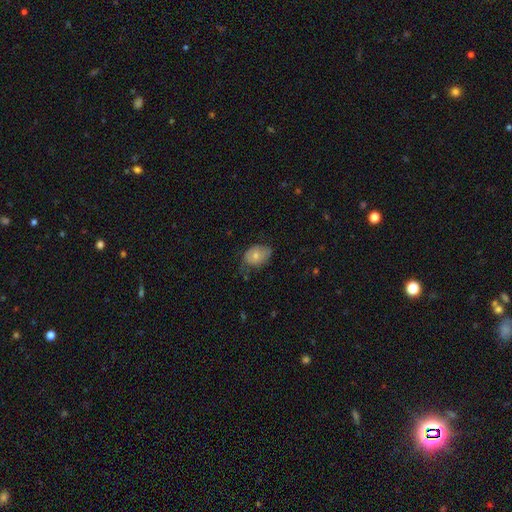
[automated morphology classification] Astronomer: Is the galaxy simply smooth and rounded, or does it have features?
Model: smooth — 67%.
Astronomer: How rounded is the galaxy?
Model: in between — 71%.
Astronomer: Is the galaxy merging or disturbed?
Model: none — 52% (runner-up: minor disturbance, 35%).